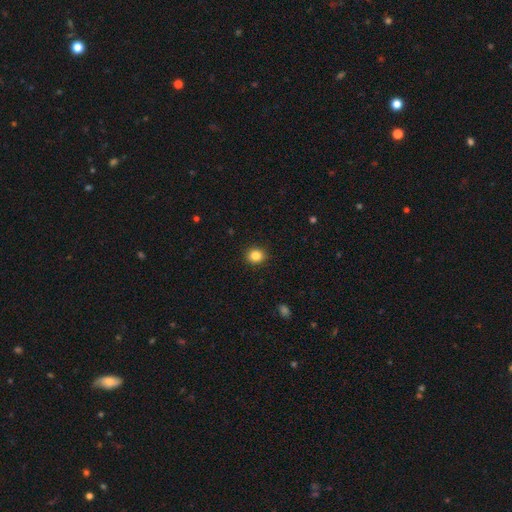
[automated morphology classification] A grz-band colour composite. It shows a smooth galaxy with no disk features (85%) that is round (81%). Merging: none (92%).